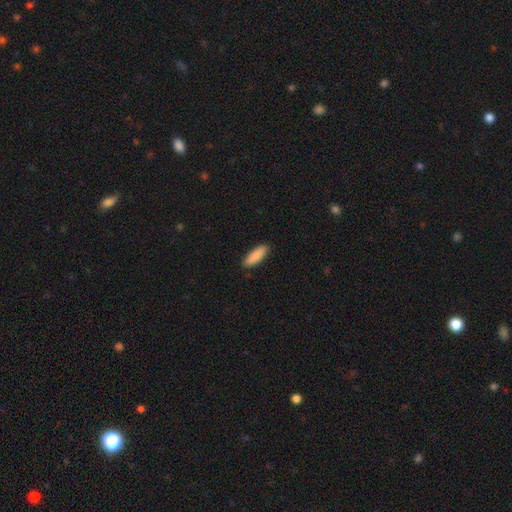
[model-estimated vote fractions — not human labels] Q: Smooth or featured?
A: smooth (89%); runner-up: star or artifact (6%)
Q: How rounded?
A: in between (57%); runner-up: cigar-shaped (42%)
Q: Merging?
A: none (89%); runner-up: minor disturbance (9%)